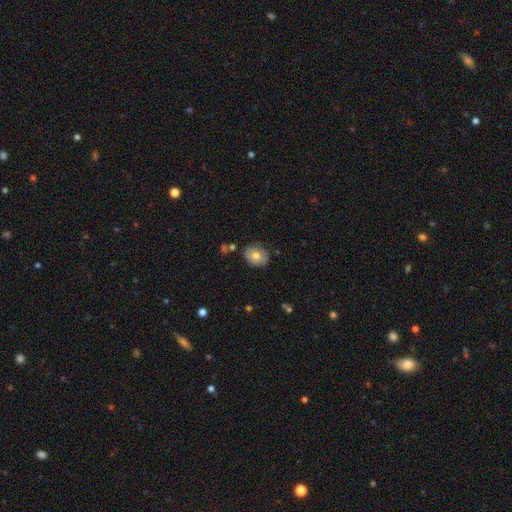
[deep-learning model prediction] Smooth or featured? Predicted: smooth (p=0.63). How rounded? Predicted: round (p=0.55). Merging? Predicted: none (p=0.77).